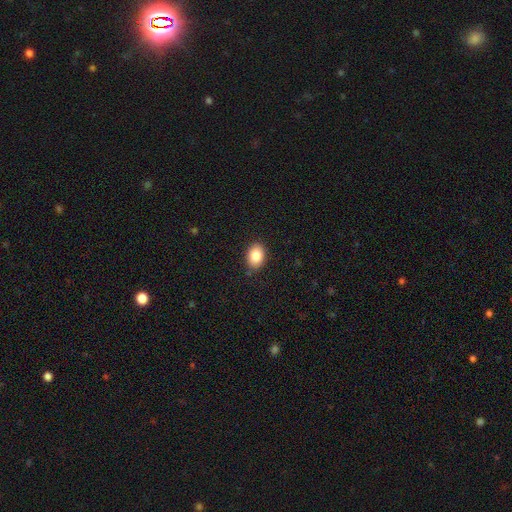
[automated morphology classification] A smooth galaxy with no disk features (85%) that is in between round and cigar-shaped (77%). Merging: none (88%).